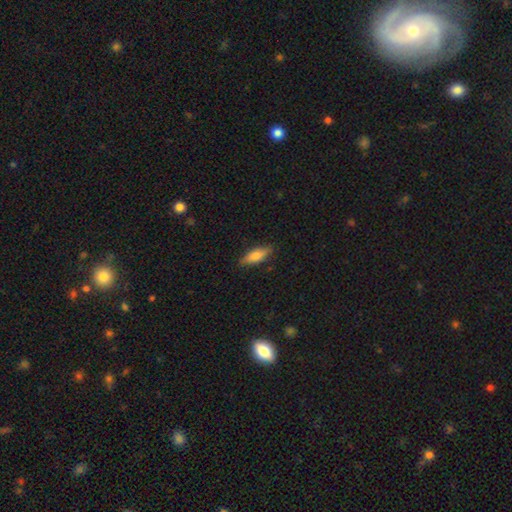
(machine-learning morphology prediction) This is likely a smooth galaxy (78%). How rounded: likely in between (64%). Merging: clearly none (85%).